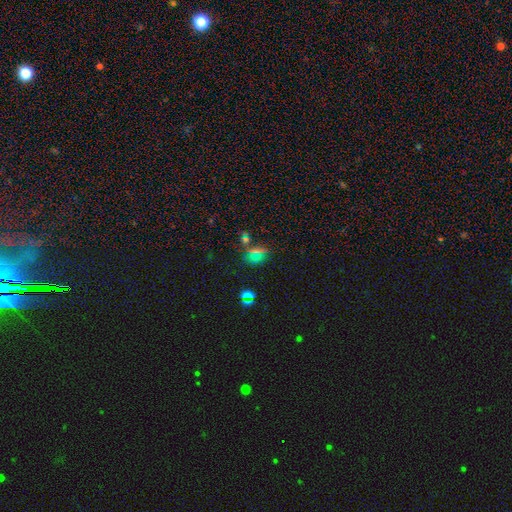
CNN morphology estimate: Smooth or featured? smooth (46%)
Merging? none (73%)